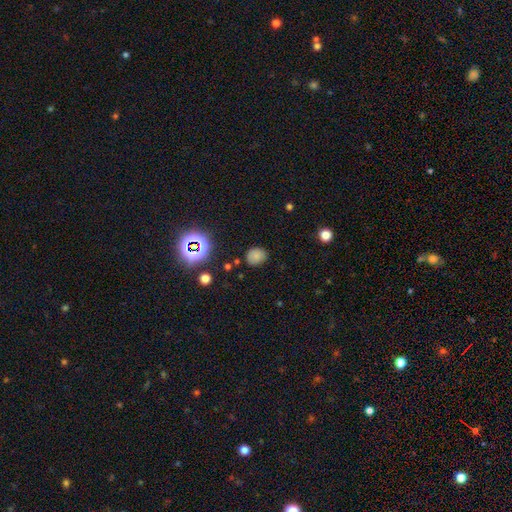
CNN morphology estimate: Smooth or featured? smooth (74%)
How rounded? round (64%)
Merging? none (81%)